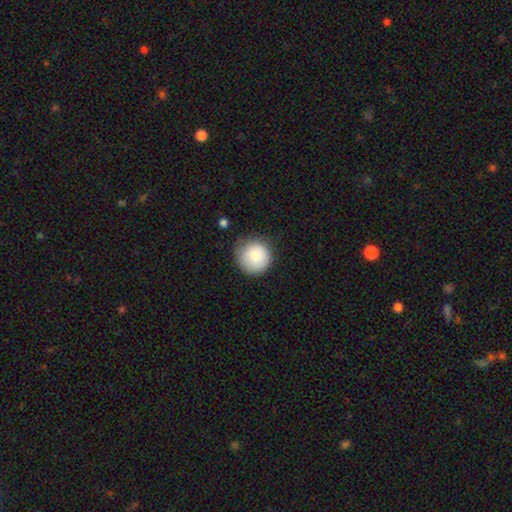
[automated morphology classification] Smooth or featured? smooth (84%)
How rounded? round (94%)
Merging? none (74%)